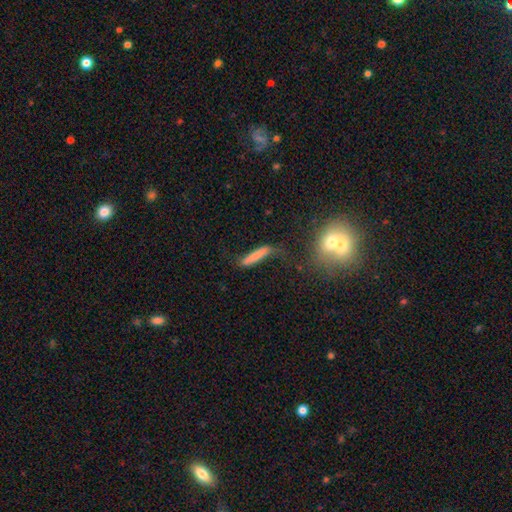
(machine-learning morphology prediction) type=smooth (76%); roundness=cigar-shaped (90%); merging=none (54%).